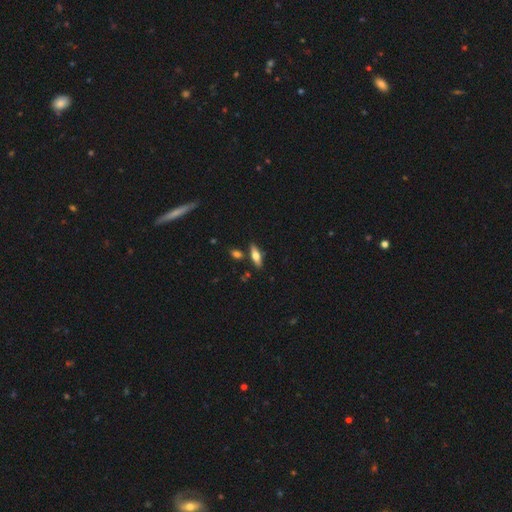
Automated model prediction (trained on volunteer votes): This appears to be a featured or disk galaxy (48%). Merging: none (82%).